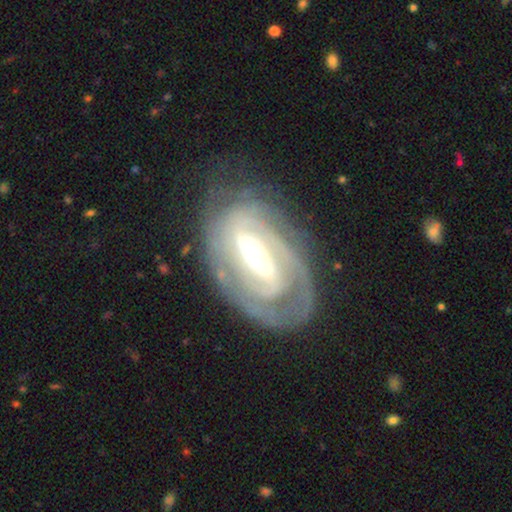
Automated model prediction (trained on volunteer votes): Smooth or featured? featured or disk (85%)
Edge-on disk? no (93%)
Bar? strong (64%)
Spiral arms? yes (88%)
Spiral winding? tight (68%)
Spiral arm count? 2 (49%)
Bulge size? moderate (57%)
Merging? none (69%)